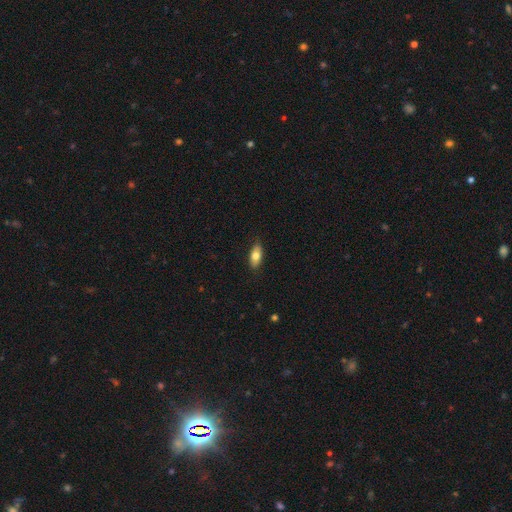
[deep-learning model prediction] Morphology: type=smooth (75%); roundness=in between (83%); merging=none (84%).